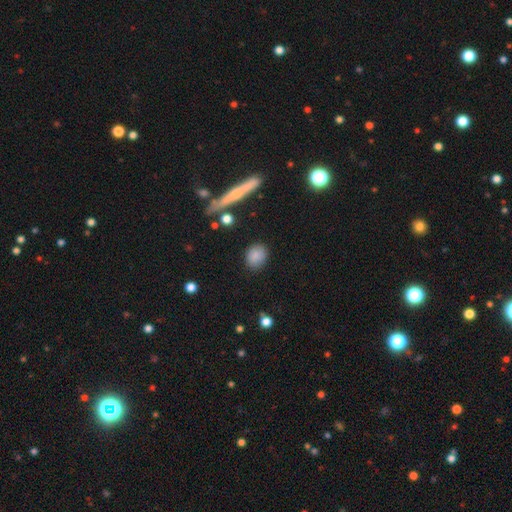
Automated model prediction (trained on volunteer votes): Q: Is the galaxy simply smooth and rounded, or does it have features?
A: smooth — 85%.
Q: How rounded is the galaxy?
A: round — 65%.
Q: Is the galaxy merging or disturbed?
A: none — 86%.